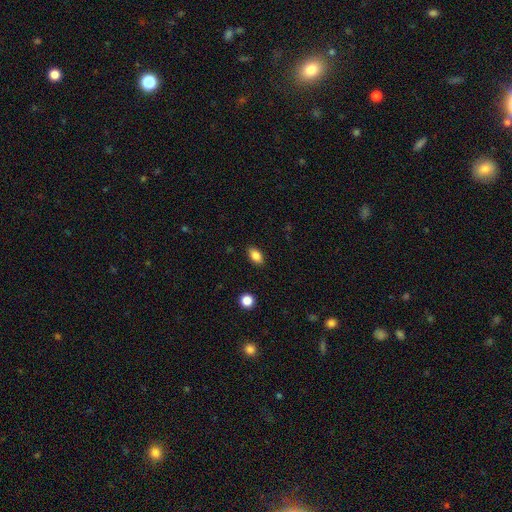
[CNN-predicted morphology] smooth-or-featured: smooth: 84% | star or artifact: 9% | featured or disk: 7%
  how-rounded: in between: 89% | round: 8% | cigar-shaped: 3%
  merging: none: 87% | minor disturbance: 9% | major disturbance: 2% | merger: 1%